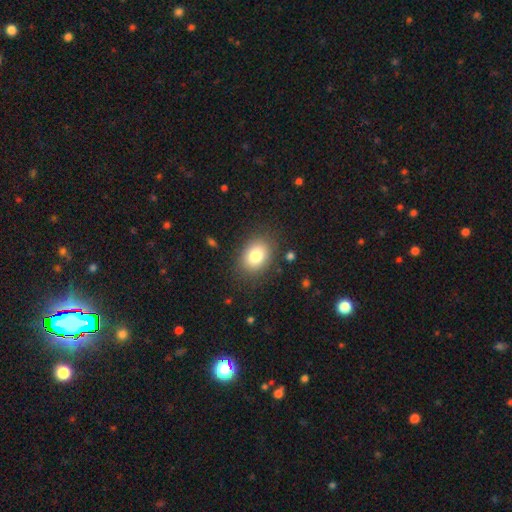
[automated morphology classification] smooth 81%, featured or disk 9%, star or artifact 9%. Down the decision tree: how rounded — in between (65%); merging — none (84%).